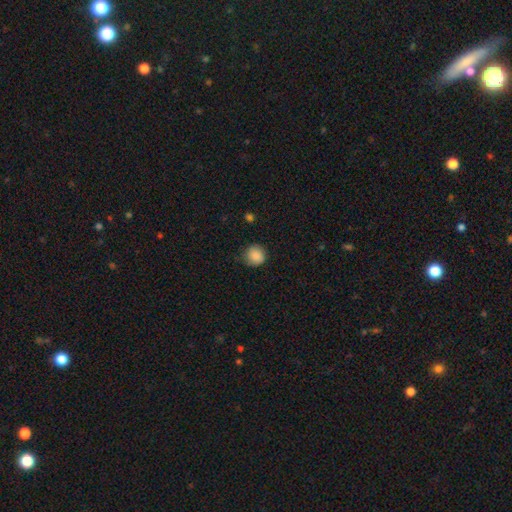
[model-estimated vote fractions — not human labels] A smooth galaxy with no disk features (87%) that is round (89%).

Vote fractions:
- Smooth or featured? smooth: 87% / star or artifact: 8% / featured or disk: 5%
- How rounded? round: 89% / in between: 11% / cigar-shaped: 1%
- Merging? none: 77% / minor disturbance: 18% / major disturbance: 4% / merger: 1%